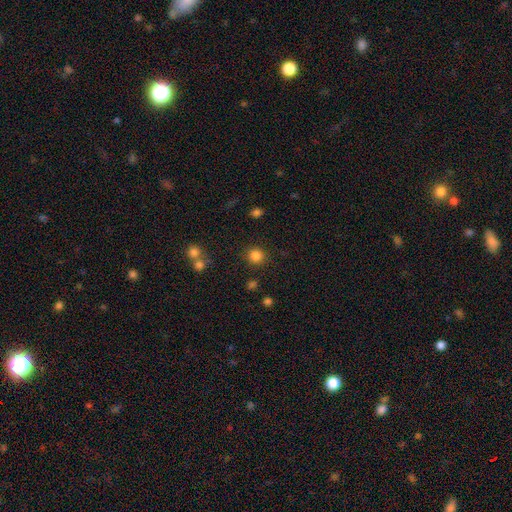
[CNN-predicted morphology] Q: Smooth or featured?
A: smooth (84%); runner-up: star or artifact (12%)
Q: How rounded?
A: round (92%); runner-up: in between (7%)
Q: Merging?
A: none (89%); runner-up: minor disturbance (6%)